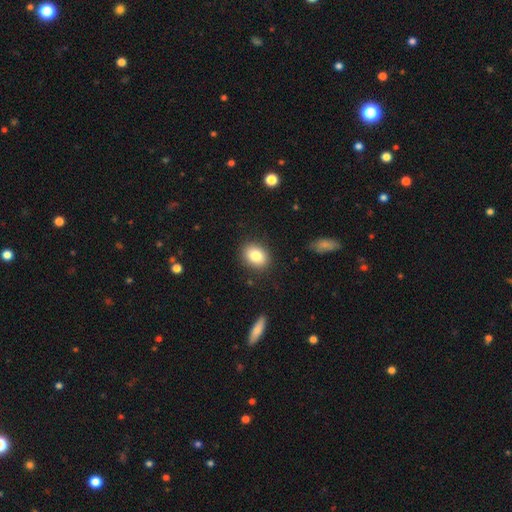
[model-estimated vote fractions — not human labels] A smooth galaxy with no disk features (83%) that is in between round and cigar-shaped (60%). Merging: none (87%).